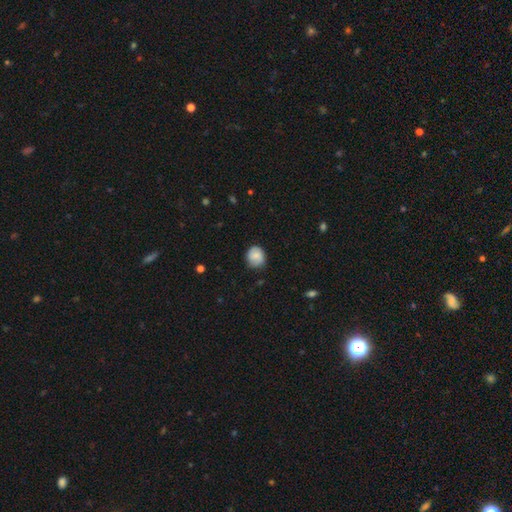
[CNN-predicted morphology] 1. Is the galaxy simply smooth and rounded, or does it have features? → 72% smooth, 21% featured or disk, 8% star or artifact.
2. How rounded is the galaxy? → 75% round, 24% in between, 1% cigar-shaped.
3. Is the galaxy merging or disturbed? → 75% none, 20% minor disturbance, 4% major disturbance, 1% merger.